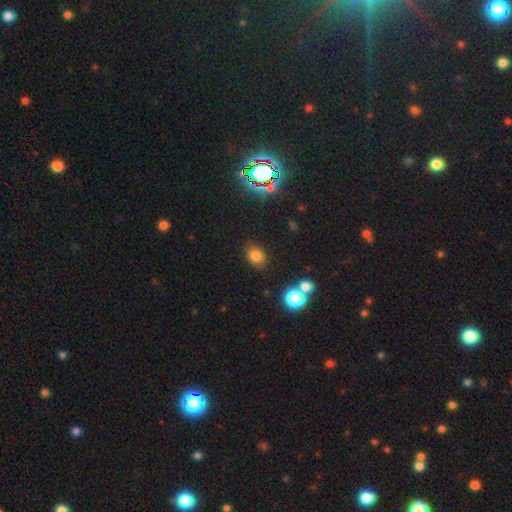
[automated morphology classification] This is likely a smooth galaxy (78%). How rounded: possibly in between (60%). Merging: clearly none (82%).